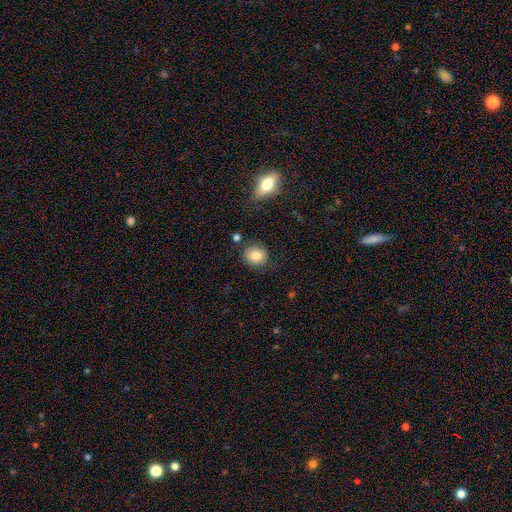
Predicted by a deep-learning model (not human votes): Smooth or featured? Predicted: smooth (p=0.83). How rounded? Predicted: round (p=0.78). Merging? Predicted: none (p=0.82).